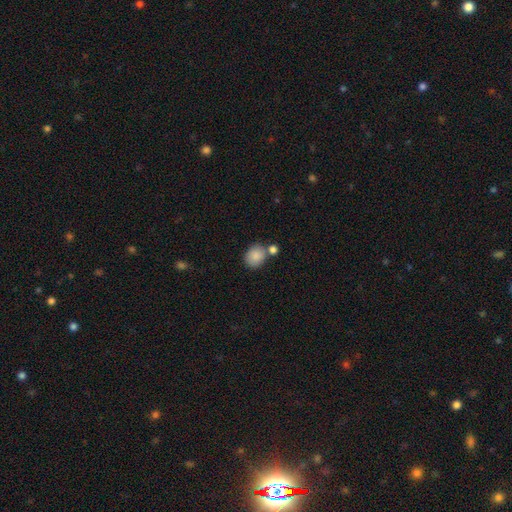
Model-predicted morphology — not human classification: smooth_or_featured: smooth (p=0.86) [alt: star or artifact p=0.08]
how_rounded: round (p=0.57) [alt: in between p=0.42]
merging: none (p=0.64) [alt: merger p=0.20]